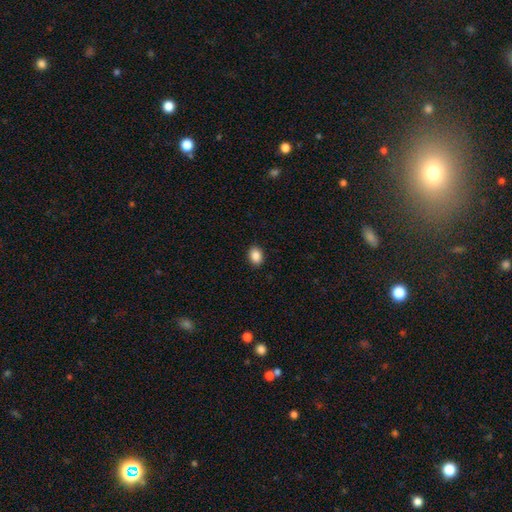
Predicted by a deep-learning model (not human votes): Smooth or featured? smooth (87%)
How rounded? in between (65%)
Merging? none (91%)